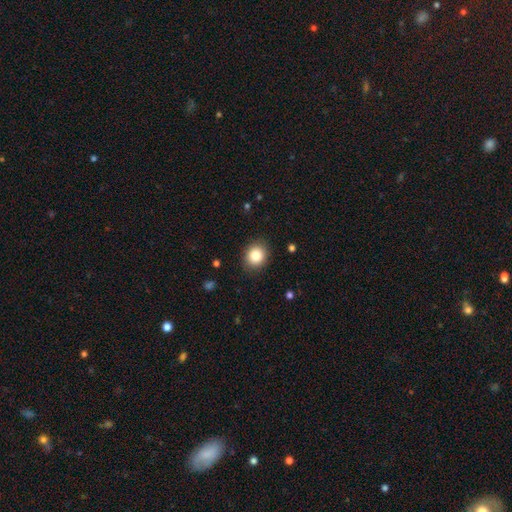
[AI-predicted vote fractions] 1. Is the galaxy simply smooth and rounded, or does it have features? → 85% smooth, 9% star or artifact, 6% featured or disk.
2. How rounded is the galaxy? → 75% round, 24% in between, 1% cigar-shaped.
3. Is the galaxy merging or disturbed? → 89% none, 8% minor disturbance, 2% major disturbance, 1% merger.